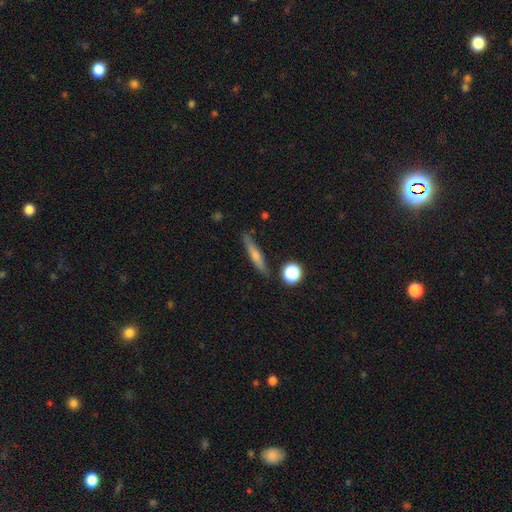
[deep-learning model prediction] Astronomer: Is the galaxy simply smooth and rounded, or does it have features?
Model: smooth — 58% (runner-up: featured or disk, 34%).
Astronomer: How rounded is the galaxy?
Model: cigar-shaped — 87%.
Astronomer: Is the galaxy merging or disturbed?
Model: none — 85%.